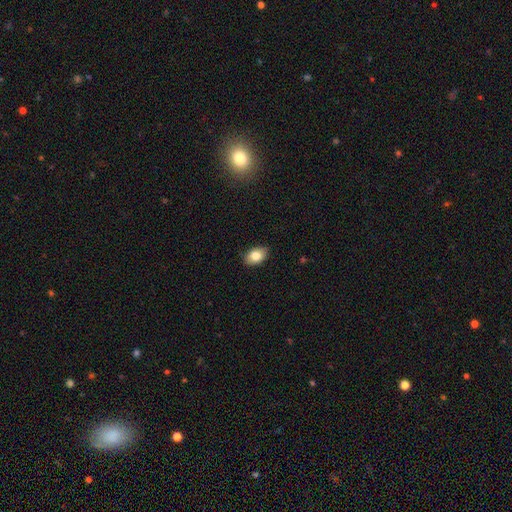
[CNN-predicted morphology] smooth 82%, featured or disk 10%, star or artifact 8%. Down the decision tree: how rounded — in between (86%); merging — none (85%).